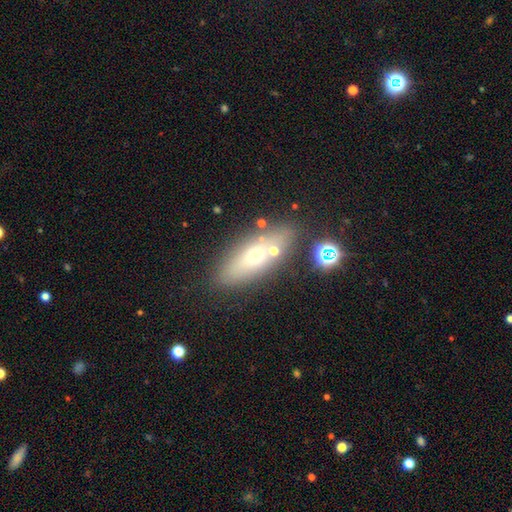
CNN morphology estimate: smooth-or-featured: smooth: 53% | featured or disk: 33% | star or artifact: 14%
  how-rounded: in between: 61% | cigar-shaped: 31% | round: 7%
  merging: none: 71% | merger: 12% | minor disturbance: 12% | major disturbance: 5%